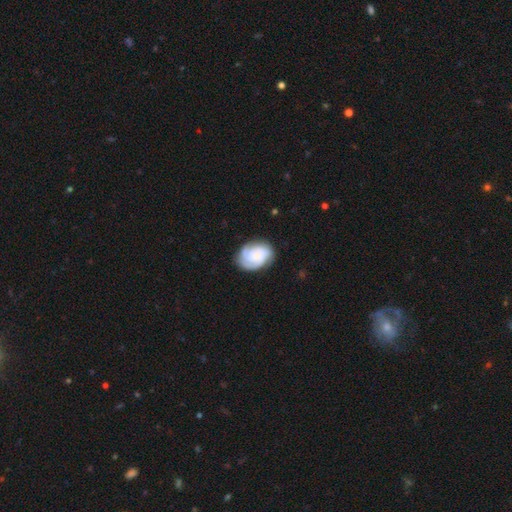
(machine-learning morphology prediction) A featured or disk galaxy (74%) with no bar (73%), 3 (43%) tight (67%) spiral arms (96%) and a small central bulge (41%). Merging: none (76%).